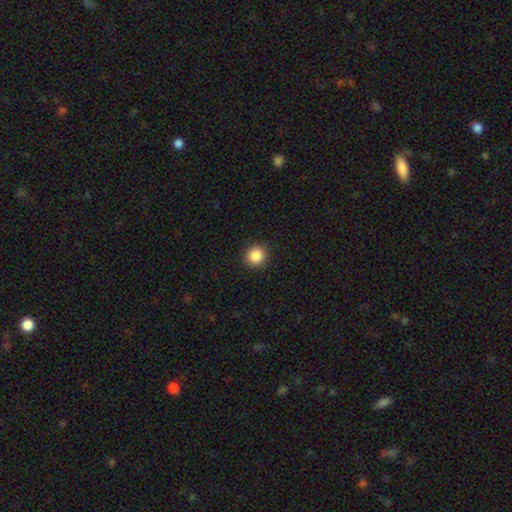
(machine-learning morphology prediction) A smooth galaxy with no disk features (87%) that is round (93%).

Vote fractions:
- Smooth or featured? smooth: 87% / star or artifact: 10% / featured or disk: 3%
- How rounded? round: 93% / in between: 6% / cigar-shaped: 1%
- Merging? none: 92% / minor disturbance: 5% / major disturbance: 2% / merger: 1%